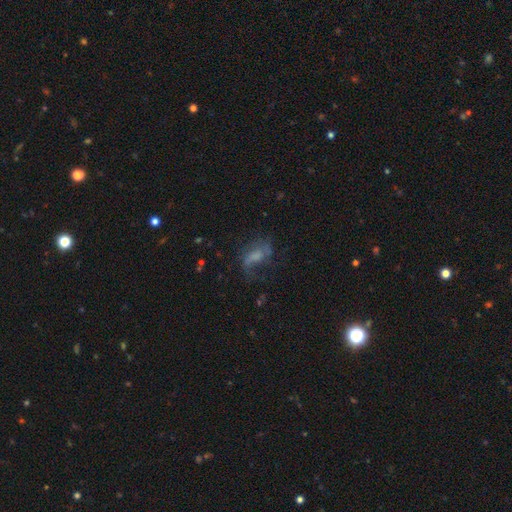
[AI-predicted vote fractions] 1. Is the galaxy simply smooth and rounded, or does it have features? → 53% featured or disk, 32% smooth, 14% star or artifact.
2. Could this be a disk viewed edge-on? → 95% no, 5% yes.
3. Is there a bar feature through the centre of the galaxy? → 52% no, 36% weak, 12% strong.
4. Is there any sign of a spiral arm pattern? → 68% yes, 32% no.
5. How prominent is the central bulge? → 41% none, 23% moderate, 21% small, 12% large, 2% dominant.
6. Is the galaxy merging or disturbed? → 42% none, 35% major disturbance, 20% minor disturbance, 3% merger.